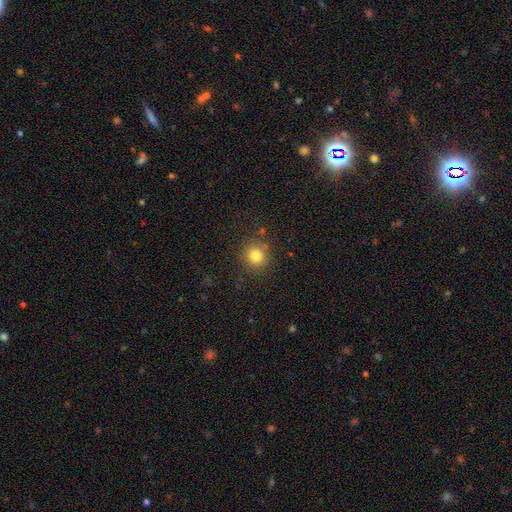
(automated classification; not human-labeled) Smooth or featured: smooth — 81% (star or artifact — 13%)
How rounded: round — 90% (in between — 9%)
Merging: none — 85% (minor disturbance — 9%)